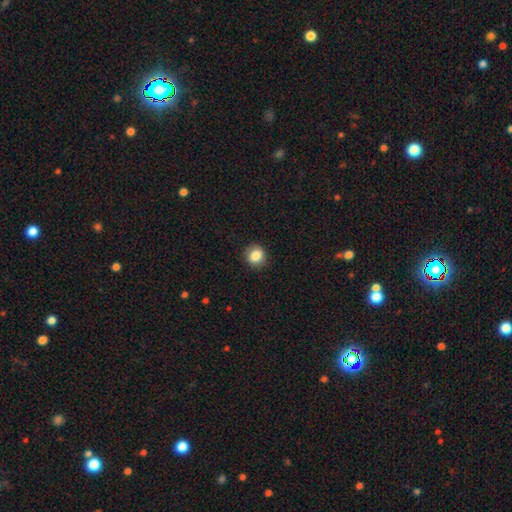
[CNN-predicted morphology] The model was most divided on "how rounded": round: 74%, in between: 25%, cigar-shaped: 1%. More confident: merging — none (90%); smooth or featured — smooth (85%).